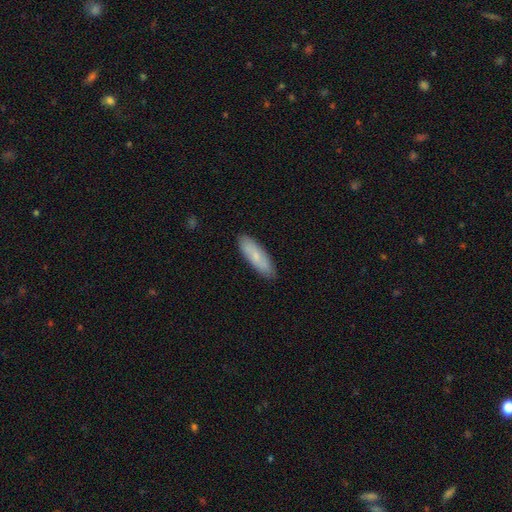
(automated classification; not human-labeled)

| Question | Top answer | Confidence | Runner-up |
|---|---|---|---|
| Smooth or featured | smooth | 73% | featured or disk (21%) |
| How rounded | cigar-shaped | 51% | in between (47%) |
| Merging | none | 87% | minor disturbance (10%) |